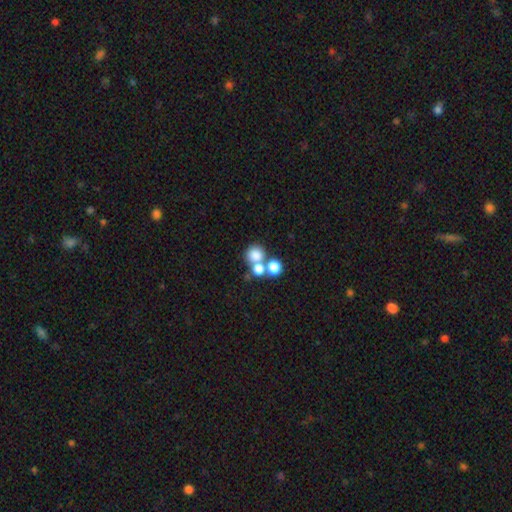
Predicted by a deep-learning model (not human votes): Smooth or featured? Predicted: smooth (p=0.74). How rounded? Predicted: round (p=0.85). Merging? Predicted: merger (p=0.48).